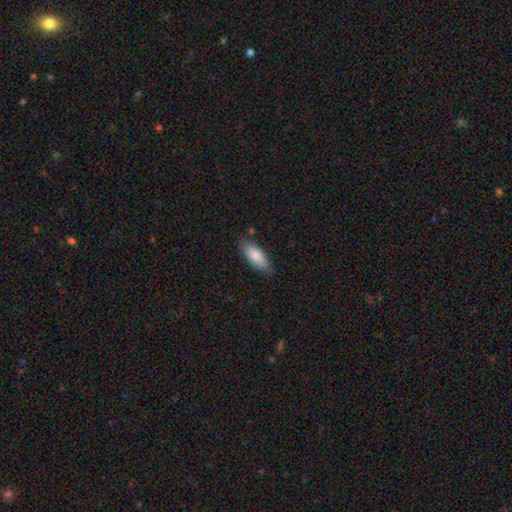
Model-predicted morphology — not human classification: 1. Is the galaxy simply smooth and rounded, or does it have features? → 84% smooth, 11% featured or disk, 6% star or artifact.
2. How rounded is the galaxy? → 78% in between, 20% cigar-shaped, 2% round.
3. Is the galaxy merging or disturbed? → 79% none, 16% minor disturbance, 3% major disturbance, 2% merger.